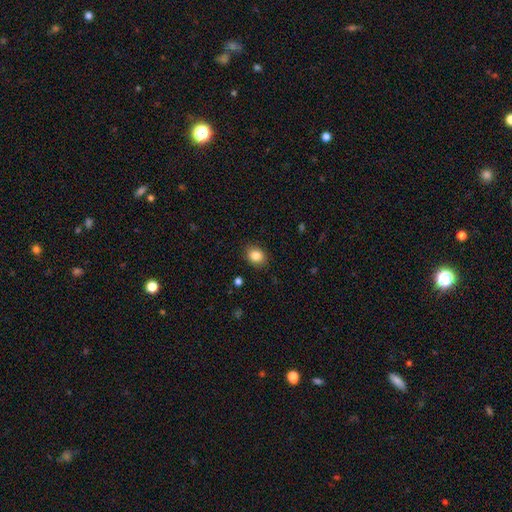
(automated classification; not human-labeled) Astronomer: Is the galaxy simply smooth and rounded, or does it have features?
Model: smooth — 86%.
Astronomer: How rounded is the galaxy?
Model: in between — 51% (runner-up: round, 48%).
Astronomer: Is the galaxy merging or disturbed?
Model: none — 88%.